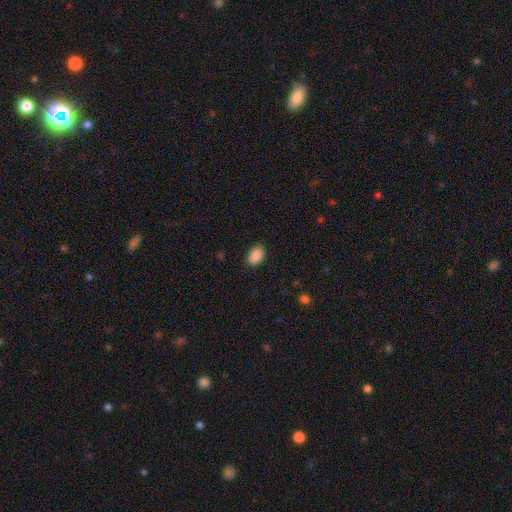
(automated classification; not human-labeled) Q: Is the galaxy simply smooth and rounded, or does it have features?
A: smooth — 89%.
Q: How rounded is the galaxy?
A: in between — 86%.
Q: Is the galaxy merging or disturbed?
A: none — 83%.